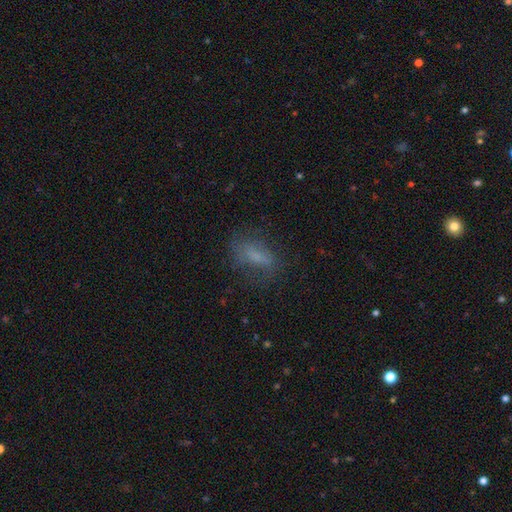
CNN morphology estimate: Q: Smooth or featured?
A: smooth (62%); runner-up: featured or disk (24%)
Q: How rounded?
A: in between (68%); runner-up: cigar-shaped (26%)
Q: Merging?
A: none (64%); runner-up: minor disturbance (20%)